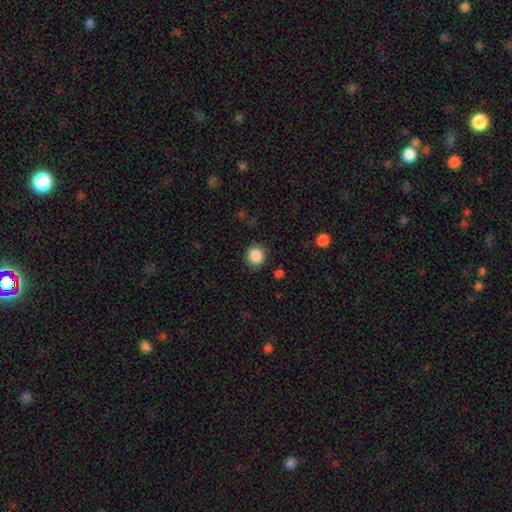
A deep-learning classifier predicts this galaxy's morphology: smooth 88%, star or artifact 9%, featured or disk 3%. Down the decision tree: how rounded — round (88%); merging — none (86%).